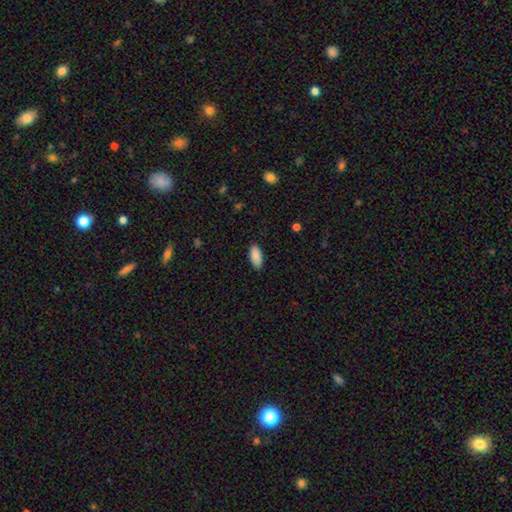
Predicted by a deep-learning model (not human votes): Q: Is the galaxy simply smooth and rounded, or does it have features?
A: smooth — 89%.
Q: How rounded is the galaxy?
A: in between — 90%.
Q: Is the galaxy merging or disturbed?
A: none — 87%.